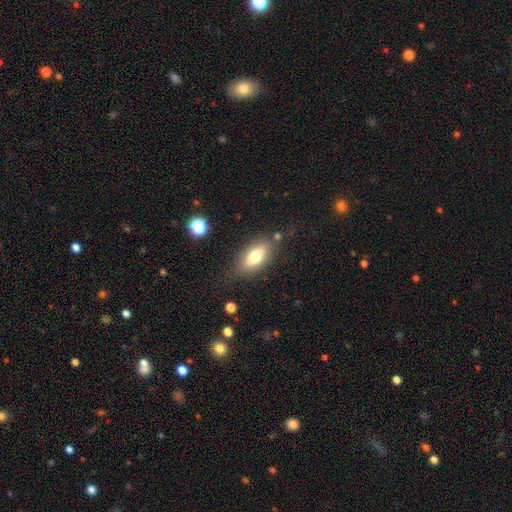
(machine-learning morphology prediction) Q: Smooth or featured?
A: smooth (62%); runner-up: featured or disk (30%)
Q: How rounded?
A: in between (76%); runner-up: cigar-shaped (19%)
Q: Merging?
A: none (78%); runner-up: minor disturbance (14%)